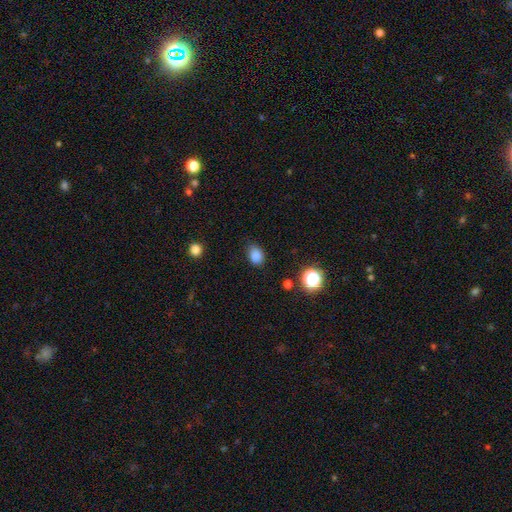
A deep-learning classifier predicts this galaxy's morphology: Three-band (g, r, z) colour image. It shows a smooth galaxy with no disk features (84%) that is in between round and cigar-shaped (68%). Merging: none (74%).